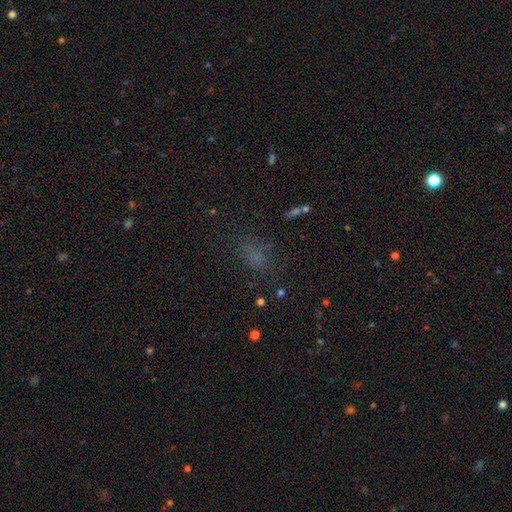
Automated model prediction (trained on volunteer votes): Smooth or featured: smooth — 63% (star or artifact — 27%)
How rounded: in between — 75% (round — 17%)
Merging: none — 65% (minor disturbance — 19%)